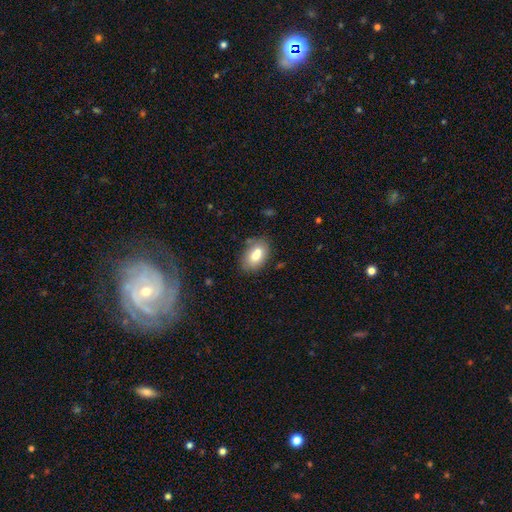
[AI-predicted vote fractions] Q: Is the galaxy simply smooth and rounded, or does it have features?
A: smooth — 75%.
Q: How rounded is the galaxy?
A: in between — 87%.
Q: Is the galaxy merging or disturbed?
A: none — 62%.